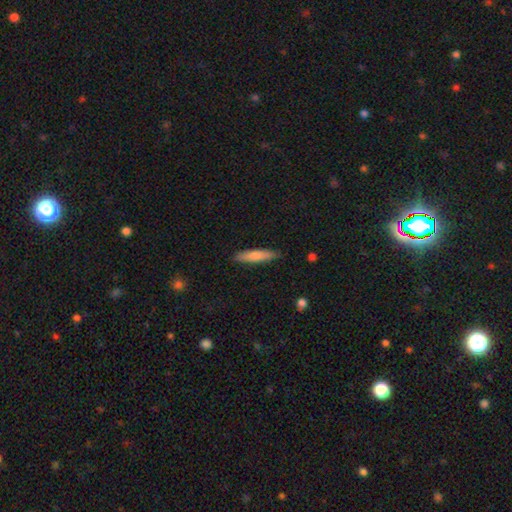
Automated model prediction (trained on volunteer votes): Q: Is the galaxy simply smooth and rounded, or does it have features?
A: smooth — 75%.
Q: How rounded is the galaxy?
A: cigar-shaped — 83%.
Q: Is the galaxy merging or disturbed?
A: none — 86%.